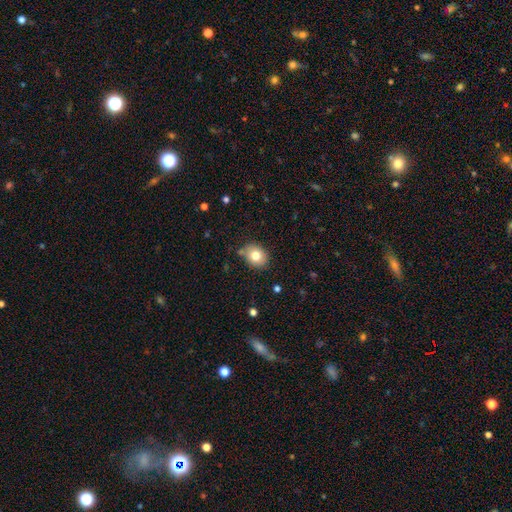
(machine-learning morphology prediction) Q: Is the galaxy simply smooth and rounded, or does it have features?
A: smooth — 79%.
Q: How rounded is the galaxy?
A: round — 56%.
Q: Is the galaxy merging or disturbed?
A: none — 78%.